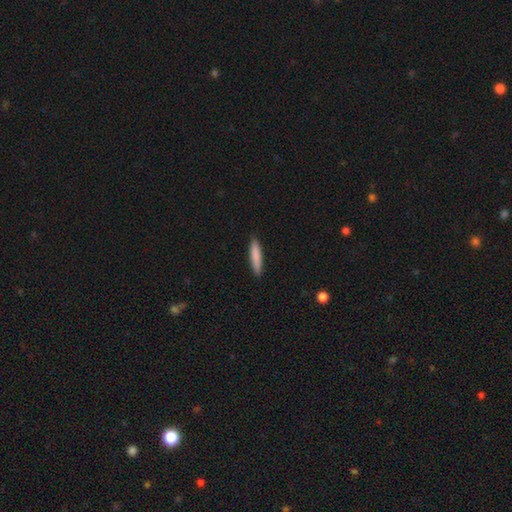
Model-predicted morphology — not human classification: A smooth galaxy with no disk features (84%) that is cigar-shaped (86%). Merging: none (89%).